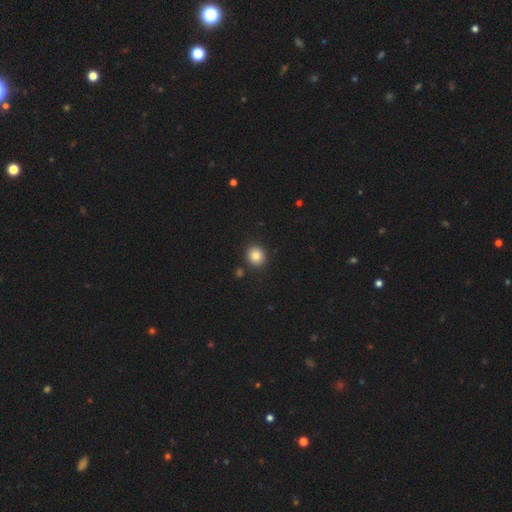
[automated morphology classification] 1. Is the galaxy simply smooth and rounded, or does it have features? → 83% smooth, 10% star or artifact, 7% featured or disk.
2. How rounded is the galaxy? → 86% round, 13% in between, 1% cigar-shaped.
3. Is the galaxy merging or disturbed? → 90% none, 6% minor disturbance, 3% merger, 2% major disturbance.